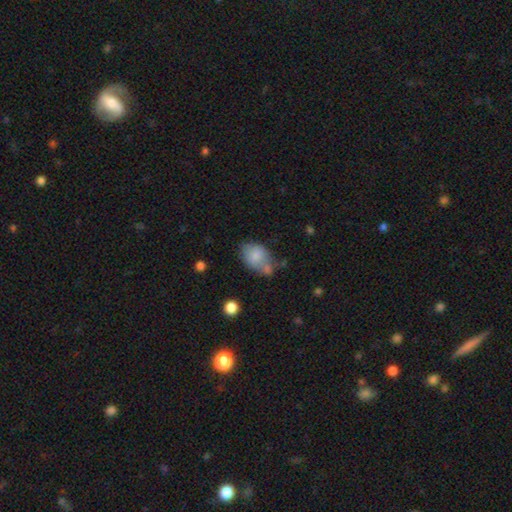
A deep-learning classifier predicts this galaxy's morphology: smooth_or_featured: smooth (p=0.77) [alt: featured or disk p=0.15]
how_rounded: in between (p=0.80) [alt: round p=0.18]
merging: none (p=0.38) [alt: merger p=0.27]